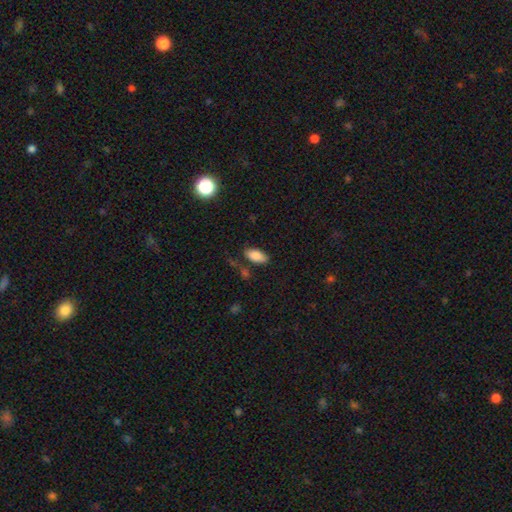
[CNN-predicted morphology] smooth-or-featured: smooth: 86% | star or artifact: 8% | featured or disk: 7%
  how-rounded: in between: 92% | cigar-shaped: 5% | round: 3%
  merging: none: 75% | minor disturbance: 15% | merger: 5% | major disturbance: 4%